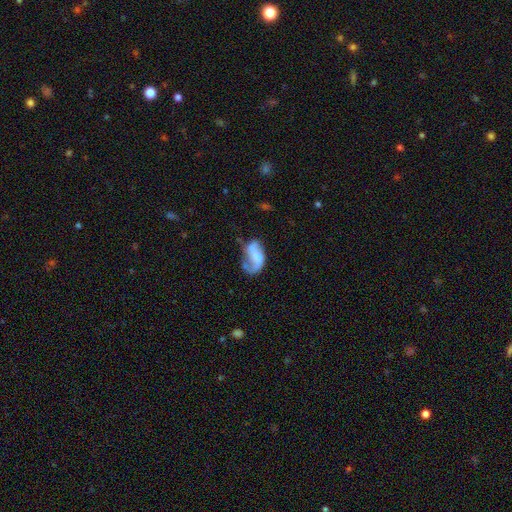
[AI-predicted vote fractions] Smooth or featured? featured or disk (60%)
Edge-on disk? no (97%)
Bar? no (58%)
Spiral arms? yes (75%)
Bulge size? none (52%)
Merging? major disturbance (32%, tied with none)